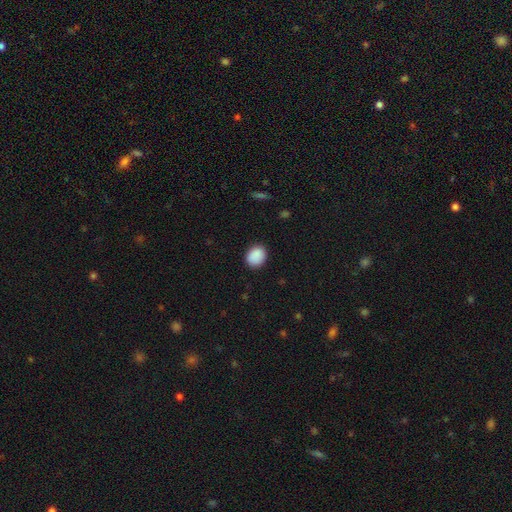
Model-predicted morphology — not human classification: A smooth galaxy with no disk features (89%) that is round (54%). Merging: none (86%).